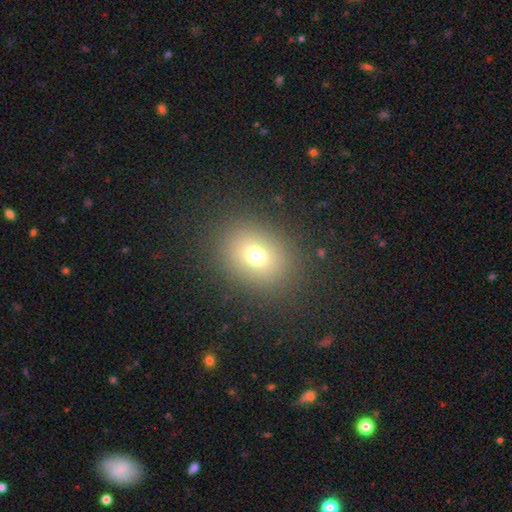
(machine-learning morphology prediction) A smooth galaxy with no disk features (72%) that is round (50%). Merging: none (86%).